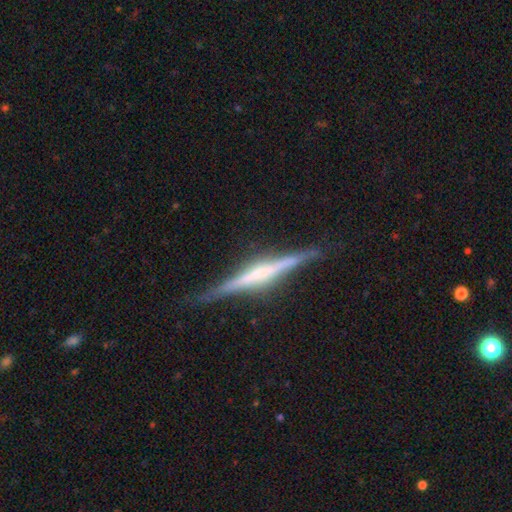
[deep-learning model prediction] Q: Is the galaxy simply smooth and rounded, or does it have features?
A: featured or disk — 82%.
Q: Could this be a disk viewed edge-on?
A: yes — 98%.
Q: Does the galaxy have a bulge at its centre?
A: rounded — 48%.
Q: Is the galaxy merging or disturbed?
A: none — 87%.